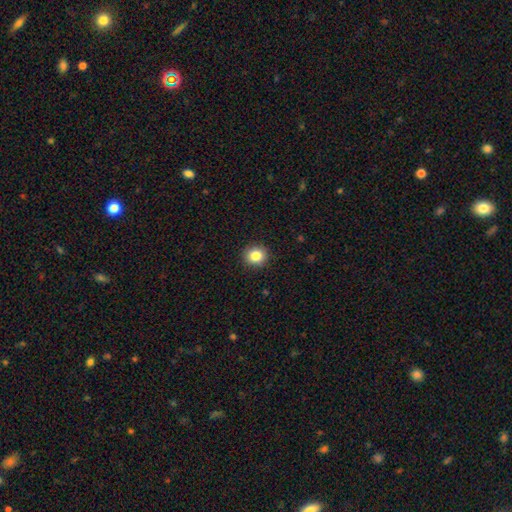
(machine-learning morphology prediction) smooth 84%, star or artifact 10%, featured or disk 6%. Down the decision tree: how rounded — round (90%); merging — none (92%).